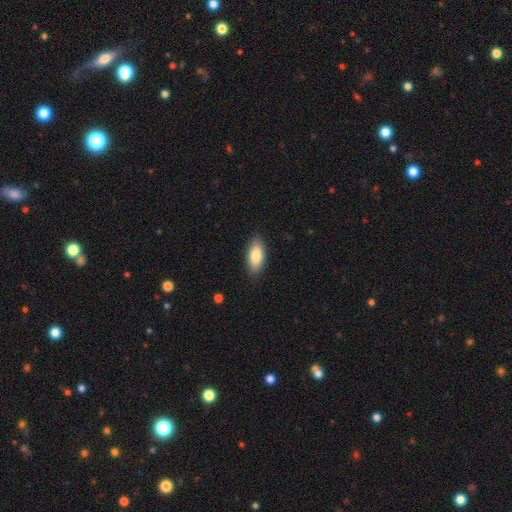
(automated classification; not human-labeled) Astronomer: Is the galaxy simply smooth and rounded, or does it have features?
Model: smooth — 82%.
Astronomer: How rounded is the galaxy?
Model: in between — 85%.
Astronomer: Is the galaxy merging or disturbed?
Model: none — 88%.